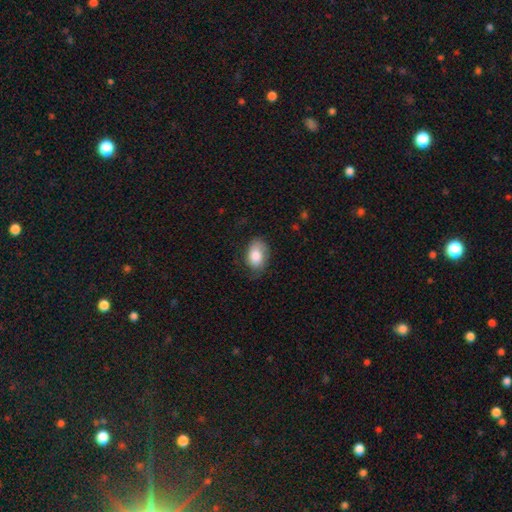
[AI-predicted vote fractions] smooth-or-featured: smooth: 79% | featured or disk: 15% | star or artifact: 7%
  how-rounded: in between: 86% | round: 13% | cigar-shaped: 1%
  merging: none: 64% | minor disturbance: 26% | major disturbance: 8% | merger: 1%